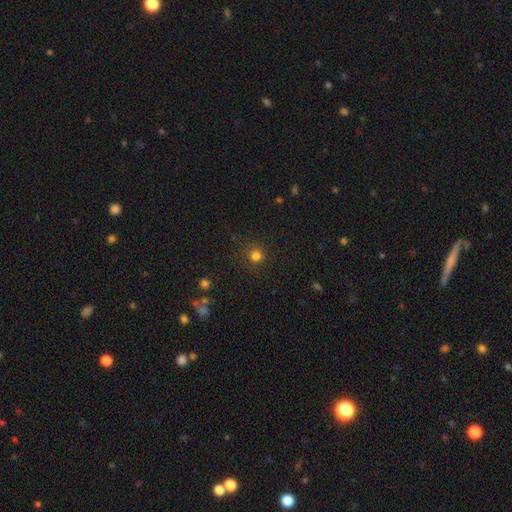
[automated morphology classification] This appears to be a smooth galaxy with no disk features (79%) that is round (94%). Merging: none (88%).